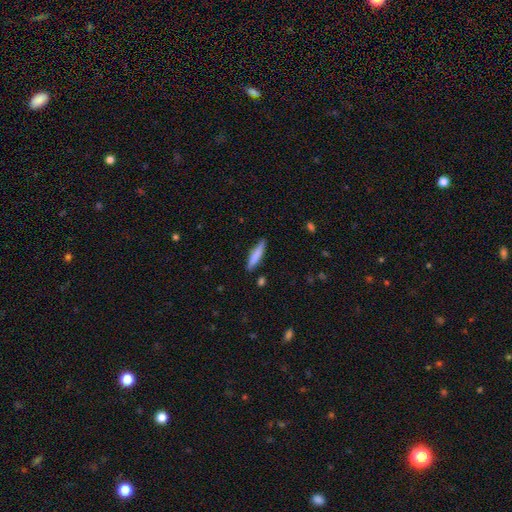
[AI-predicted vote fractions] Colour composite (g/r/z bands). It shows a smooth galaxy with no disk features (79%) that is cigar-shaped (87%). Merging: none (85%).